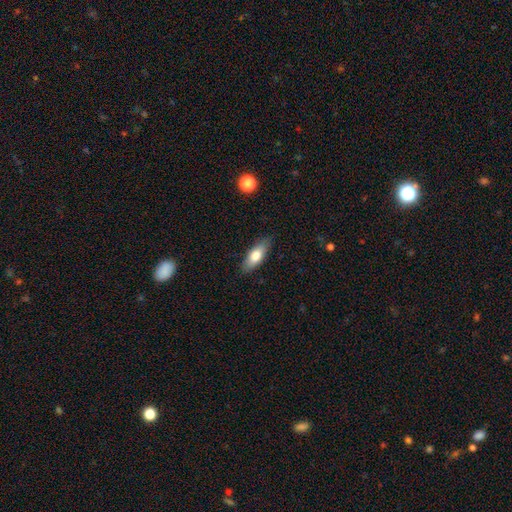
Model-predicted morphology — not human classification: Smooth or featured: smooth — 74% (featured or disk — 20%)
How rounded: in between — 71% (cigar-shaped — 27%)
Merging: none — 85% (minor disturbance — 11%)